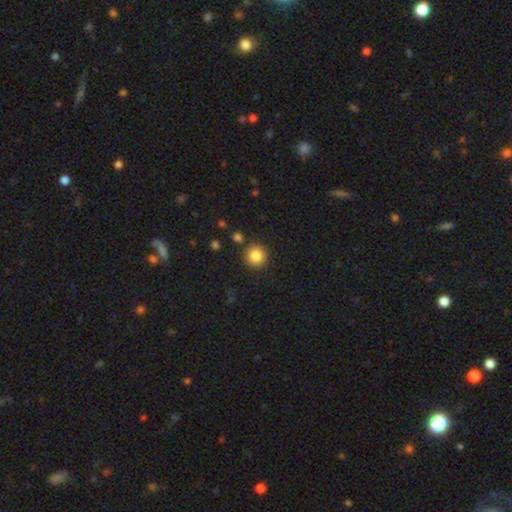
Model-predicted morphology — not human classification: Smooth or featured?
  - smooth: 85% *
  - star or artifact: 10%
  - featured or disk: 5%
How rounded?
  - round: 95% *
  - in between: 4%
  - cigar-shaped: 1%
Merging?
  - none: 88% *
  - minor disturbance: 6%
  - merger: 3%
  - major disturbance: 2%